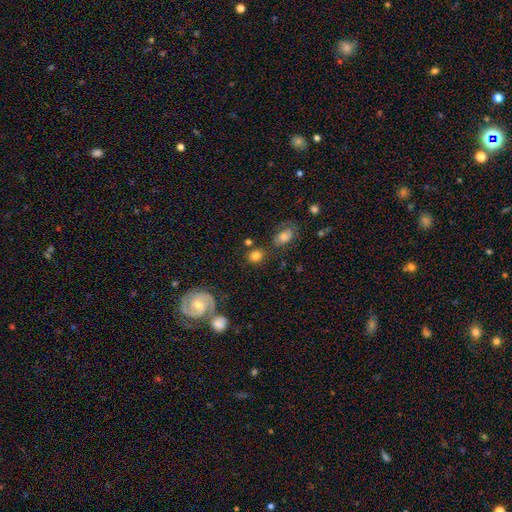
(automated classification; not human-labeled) This appears to be a smooth galaxy with no disk features (79%) that is round (67%). Merging: none (71%).